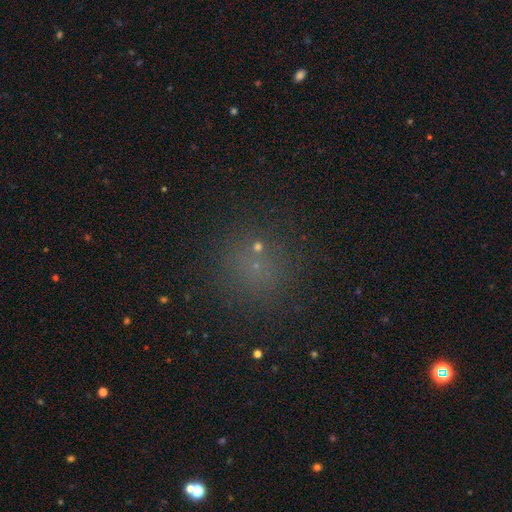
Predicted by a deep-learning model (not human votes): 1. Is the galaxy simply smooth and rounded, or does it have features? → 54% smooth, 36% star or artifact, 10% featured or disk.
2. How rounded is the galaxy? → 92% round, 7% in between, 1% cigar-shaped.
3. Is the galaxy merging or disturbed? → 80% none, 9% minor disturbance, 6% merger, 5% major disturbance.